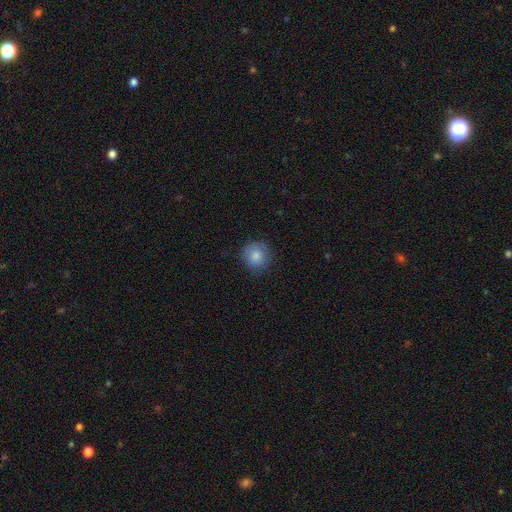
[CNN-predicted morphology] Smooth or featured?
  - smooth: 83% *
  - star or artifact: 9%
  - featured or disk: 8%
How rounded?
  - round: 92% *
  - in between: 7%
  - cigar-shaped: 1%
Merging?
  - none: 85% *
  - minor disturbance: 12%
  - major disturbance: 3%
  - merger: 1%